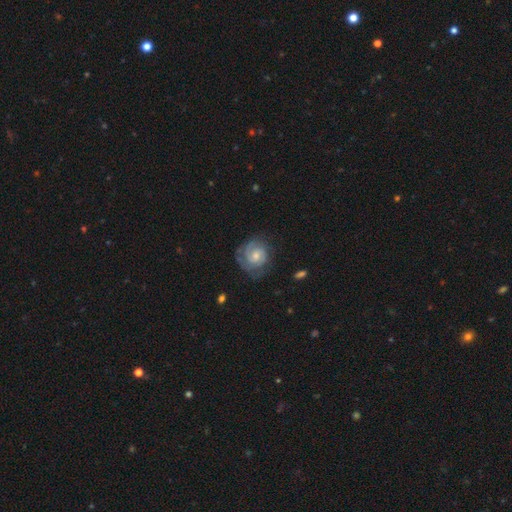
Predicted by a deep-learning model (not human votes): A featured or disk galaxy (79%) with no bar (57%), 2 (52%) tight (64%) spiral arms (94%) and a moderate central bulge (46%).

Vote fractions:
- Smooth or featured? featured or disk: 79% / smooth: 16% / star or artifact: 5%
- Edge-on disk? no: 98% / yes: 2%
- Bar? no: 57% / weak: 38% / strong: 5%
- Spiral arms? yes: 94% / no: 6%
- Spiral winding? tight: 64% / medium: 28% / loose: 7%
- Spiral arm count? 2: 52% / can't tell: 22% / 3: 12% / 1: 8% / 4: 3% / more than 4: 3%
- Bulge size? moderate: 46% / small: 45% / none: 4% / large: 4% / dominant: 1%
- Merging? none: 68% / minor disturbance: 20% / major disturbance: 10% / merger: 2%